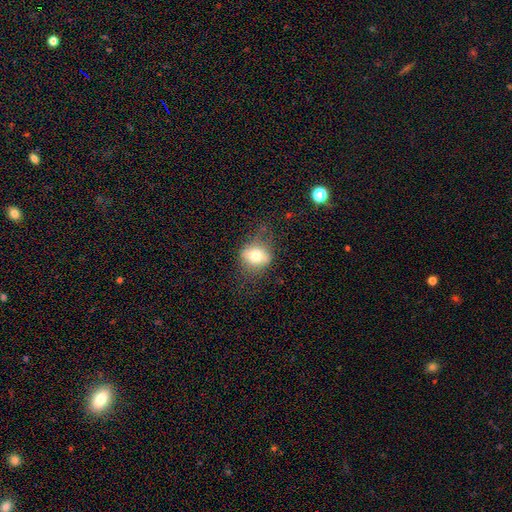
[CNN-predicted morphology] Overall: smooth (64%; featured or disk 26%). How rounded: round (59%; in between 39%). Merging: none (66%).